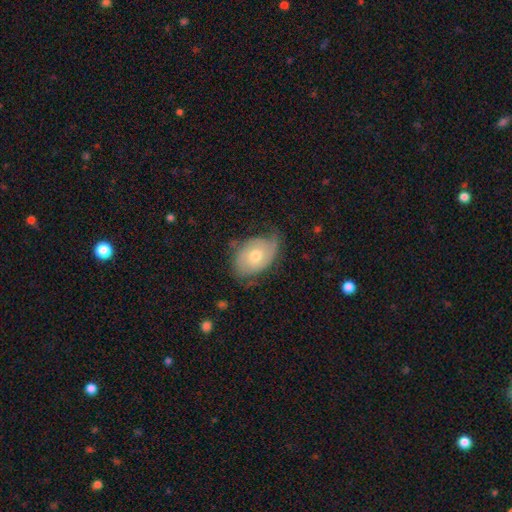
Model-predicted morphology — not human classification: Smooth or featured? Predicted: featured or disk (p=0.51). Edge-on disk? Predicted: no (p=0.94). Merging? Predicted: none (p=0.54).